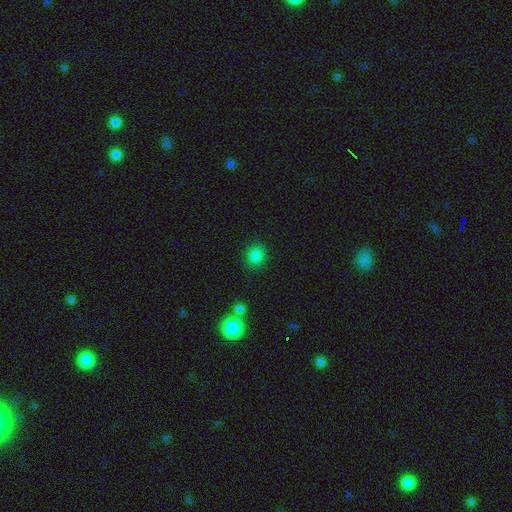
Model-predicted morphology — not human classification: Smooth or featured? smooth (84%)
How rounded? round (77%)
Merging? none (86%)